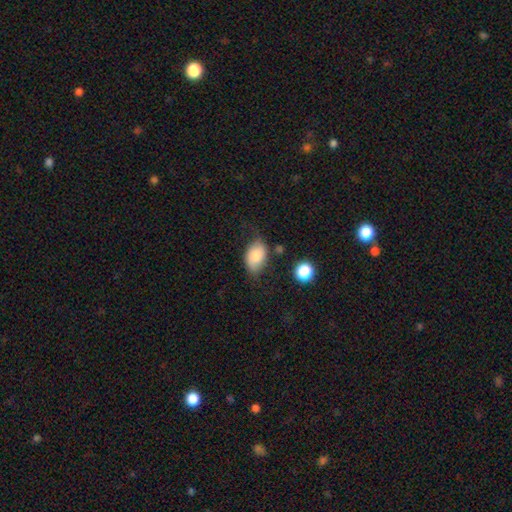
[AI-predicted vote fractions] Morphology: type=smooth (76%); roundness=in between (86%); merging=none (60%).